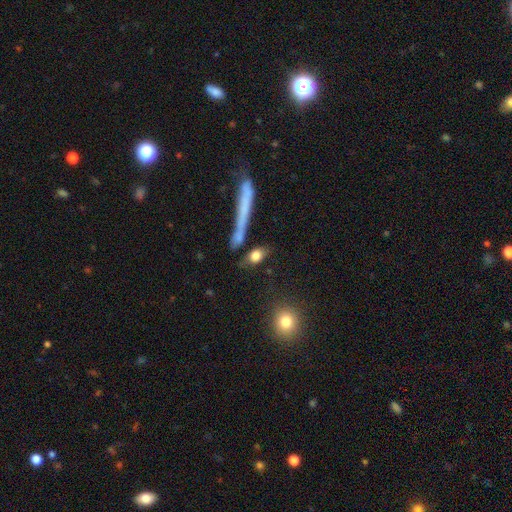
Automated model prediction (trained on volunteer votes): smooth-or-featured: smooth: 75% | featured or disk: 16% | star or artifact: 9%
  how-rounded: in between: 56% | round: 24% | cigar-shaped: 21%
  merging: none: 65% | minor disturbance: 16% | merger: 12% | major disturbance: 7%